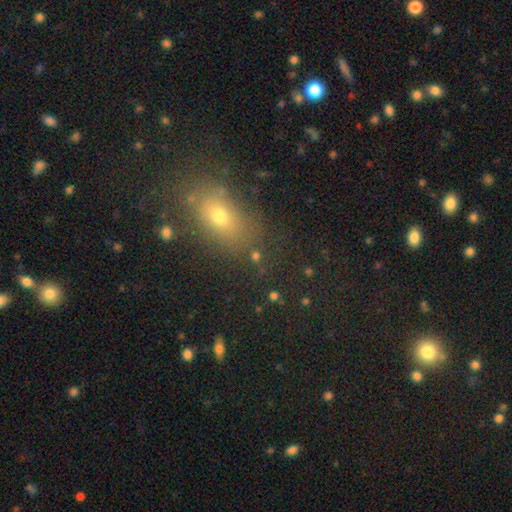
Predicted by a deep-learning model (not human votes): smooth 60%, star or artifact 26%, featured or disk 14%. Down the decision tree: how rounded — in between (64%); merging — none (72%).